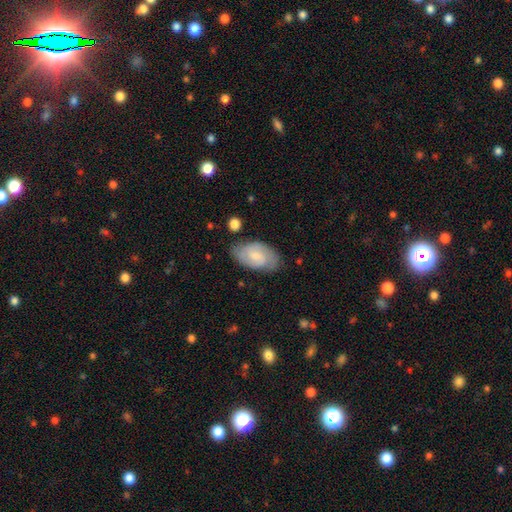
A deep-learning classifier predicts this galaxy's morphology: The model was most divided on "bar": weak: 48%, no: 42%, strong: 9%. Remaining: edge-on disk — no (95%); spiral arms — yes (88%); merging — none (74%); smooth or featured — featured or disk (55%); bulge size — small (49%).